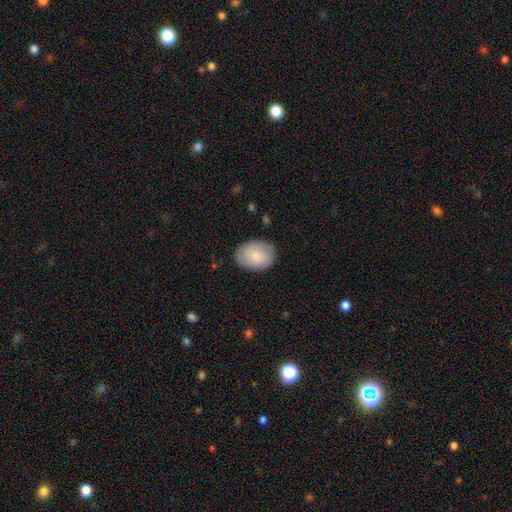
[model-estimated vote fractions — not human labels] This is clearly a smooth galaxy (81%). How rounded: likely in between (75%). Merging: clearly none (84%).